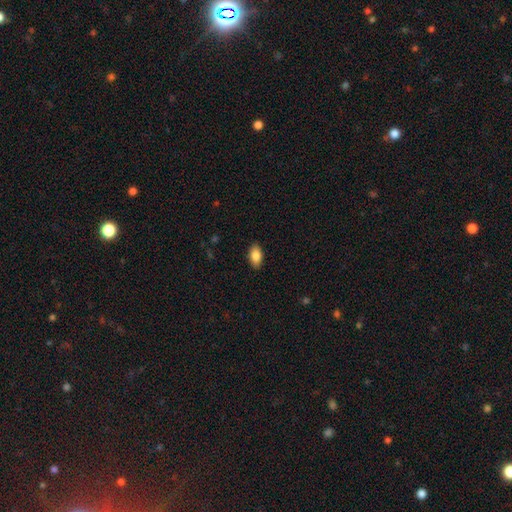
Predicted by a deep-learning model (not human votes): Overall: smooth (86%). How rounded: in between (92%). Merging: none (89%).